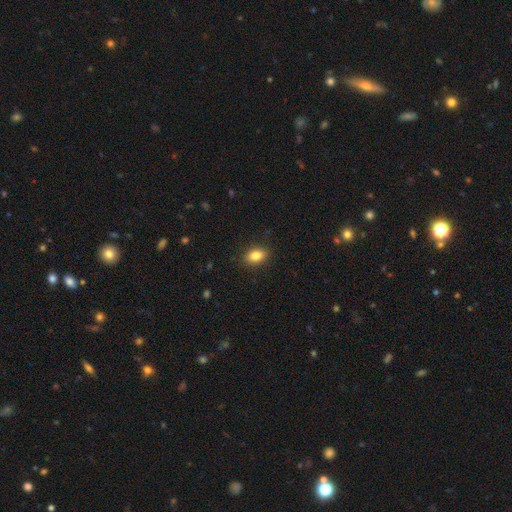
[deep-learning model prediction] Overall: smooth (84%). How rounded: in between (82%). Merging: none (88%).